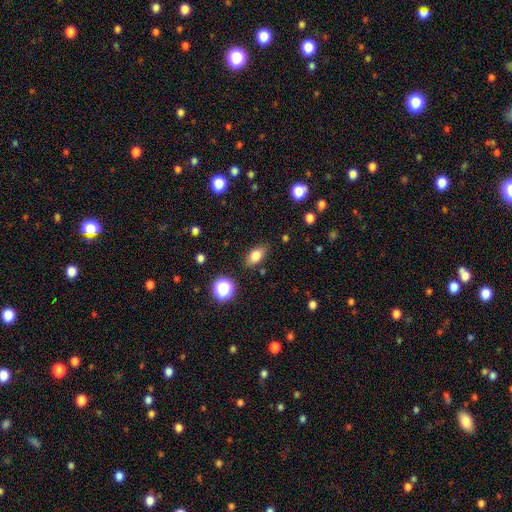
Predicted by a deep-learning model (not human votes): Q: Smooth or featured?
A: smooth (80%); runner-up: star or artifact (10%)
Q: How rounded?
A: in between (85%); runner-up: round (11%)
Q: Merging?
A: none (83%); runner-up: minor disturbance (12%)